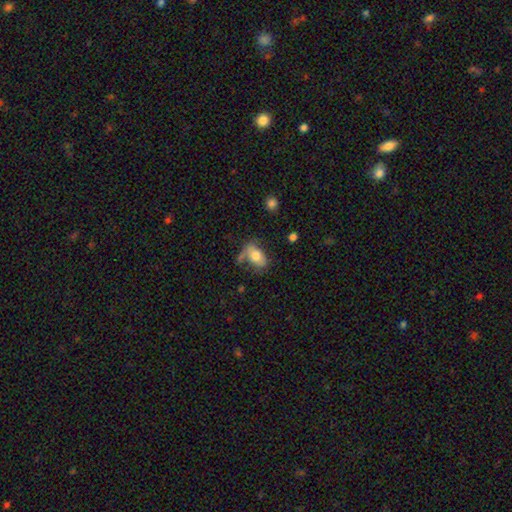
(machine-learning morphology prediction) Smooth or featured? Predicted: smooth (p=0.71). How rounded? Predicted: in between (p=0.88). Merging? Predicted: none (p=0.41).